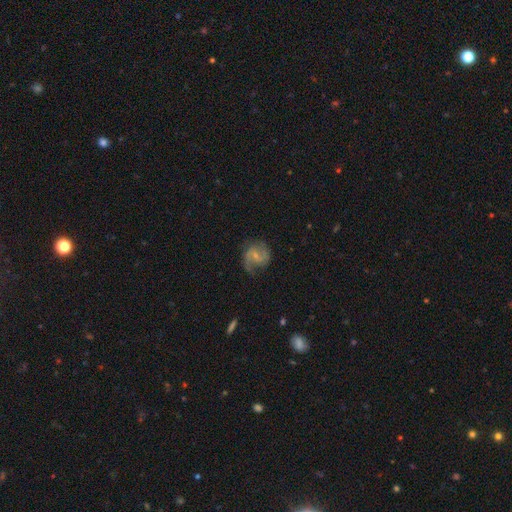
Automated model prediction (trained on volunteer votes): smooth-or-featured: featured or disk: 77% | smooth: 17% | star or artifact: 6%
  disk-edge-on: no: 98% | yes: 2%
    bar: weak: 52% | no: 34% | strong: 14%
    has-spiral-arms: yes: 93% | no: 7%
      spiral-winding: medium: 50% | loose: 29% | tight: 20%
      spiral-arm-count: 2: 83% | can't tell: 7% | 1: 6% | 3: 2% | 4: 1% | more than 4: 1%
    bulge-size: small: 63% | moderate: 27% | none: 7% | large: 1% | dominant: 1%
  merging: none: 67% | minor disturbance: 21% | major disturbance: 11% | merger: 1%